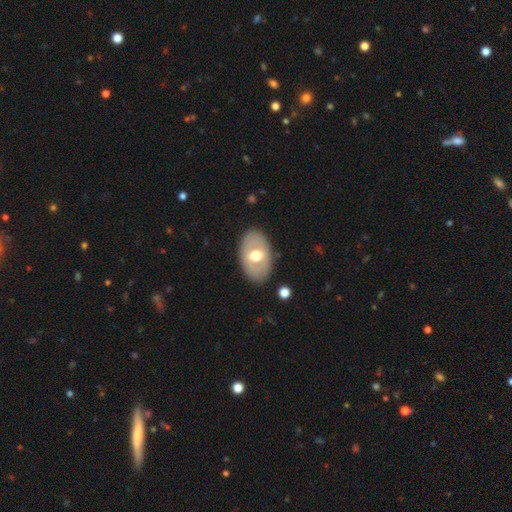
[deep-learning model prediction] This is possibly a smooth galaxy (49%). Merging: clearly none (84%).